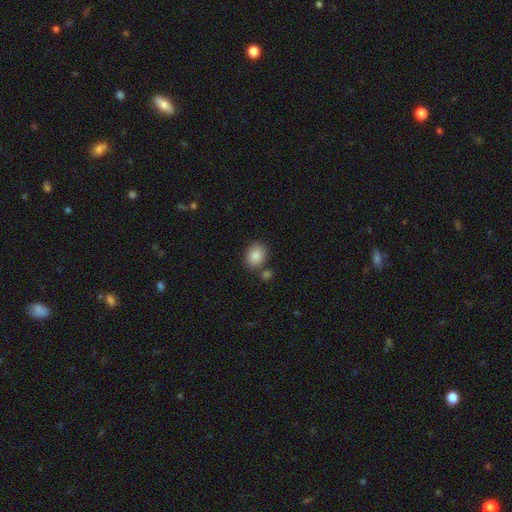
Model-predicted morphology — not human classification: Smooth or featured? Predicted: smooth (p=0.87). How rounded? Predicted: round (p=0.53). Merging? Predicted: none (p=0.74).